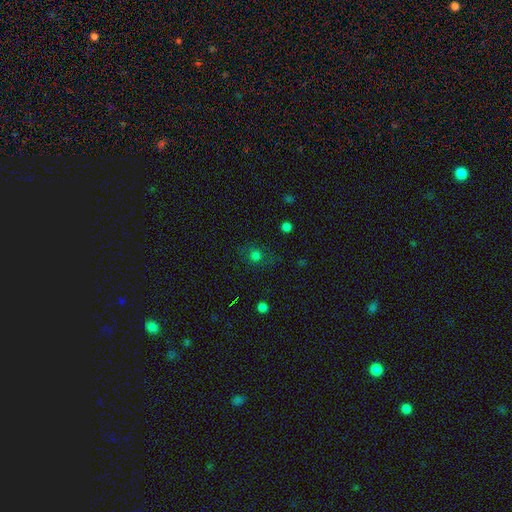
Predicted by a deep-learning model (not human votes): This appears to be a smooth galaxy with no disk features (68%) that is round (82%). Merging: none (74%).